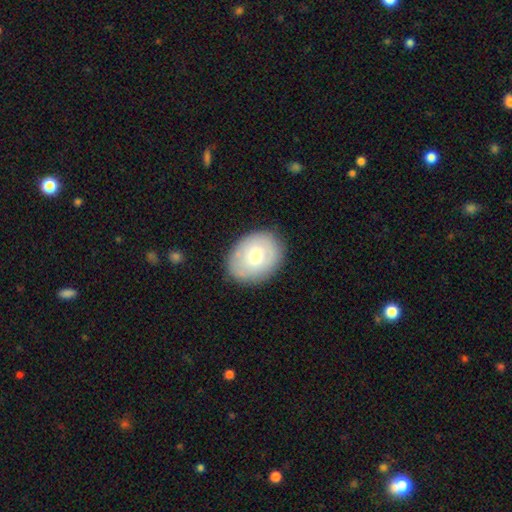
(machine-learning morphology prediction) The model was most divided on "how rounded": in between: 59%, round: 40%, cigar-shaped: 1%. More confident: merging — none (82%); smooth or featured — smooth (63%).